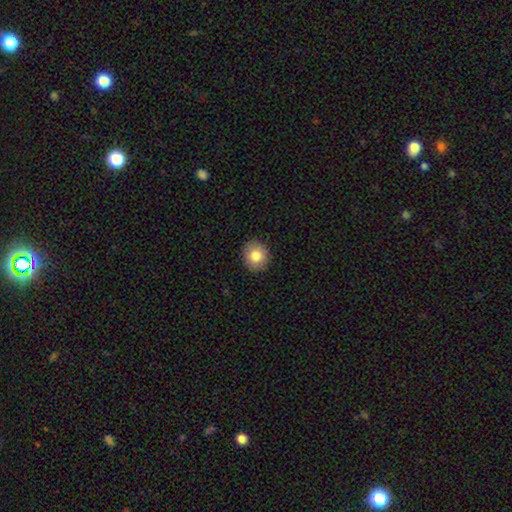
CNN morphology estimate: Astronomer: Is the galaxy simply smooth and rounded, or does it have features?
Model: smooth — 82%.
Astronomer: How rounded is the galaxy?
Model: round — 82%.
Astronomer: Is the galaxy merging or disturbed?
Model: none — 90%.